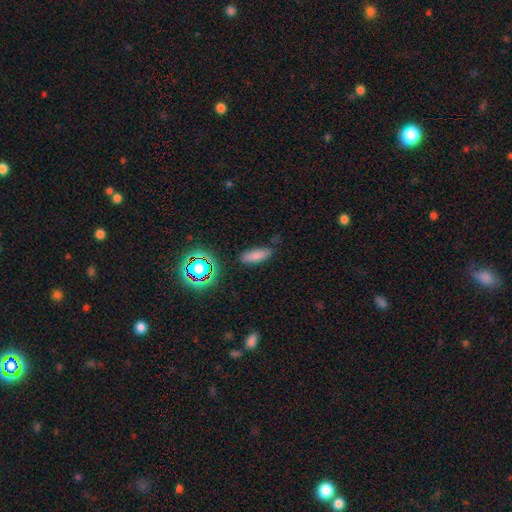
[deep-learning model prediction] Smooth or featured?
  - smooth: 79% *
  - star or artifact: 13%
  - featured or disk: 8%
How rounded?
  - in between: 65% *
  - cigar-shaped: 32%
  - round: 3%
Merging?
  - none: 77% *
  - minor disturbance: 17%
  - major disturbance: 4%
  - merger: 2%